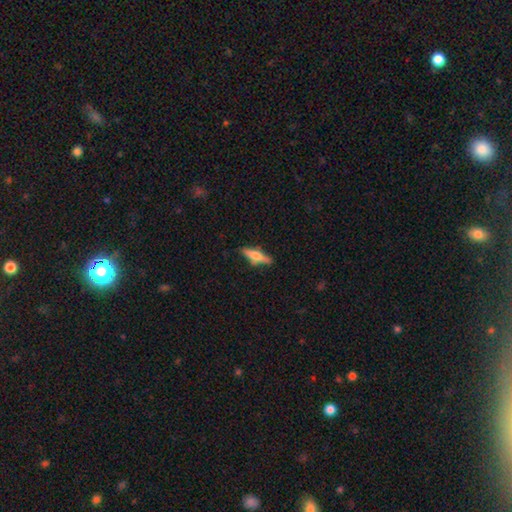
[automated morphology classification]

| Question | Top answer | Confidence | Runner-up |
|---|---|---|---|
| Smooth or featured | smooth | 55% | featured or disk (39%) |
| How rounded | cigar-shaped | 68% | in between (30%) |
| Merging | none | 80% | minor disturbance (14%) |